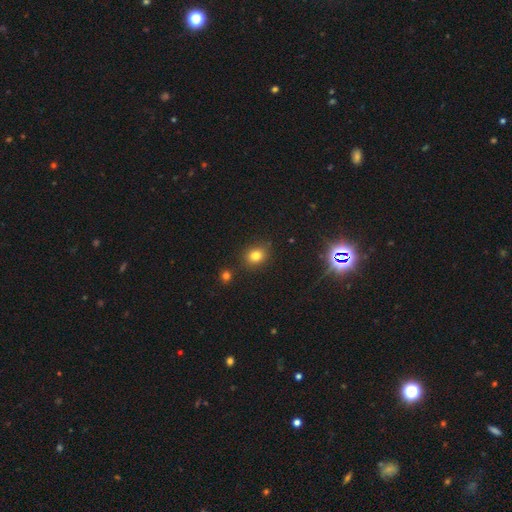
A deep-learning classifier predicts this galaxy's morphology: type=smooth (78%); roundness=round (63%); merging=none (81%).